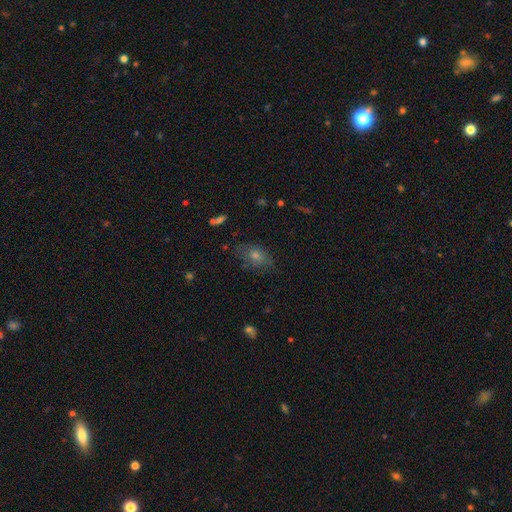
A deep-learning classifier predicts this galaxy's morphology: Smooth or featured?
  - smooth: 57% *
  - star or artifact: 23%
  - featured or disk: 21%
How rounded?
  - in between: 72% *
  - round: 25%
  - cigar-shaped: 3%
Merging?
  - none: 75% *
  - minor disturbance: 18%
  - major disturbance: 6%
  - merger: 2%